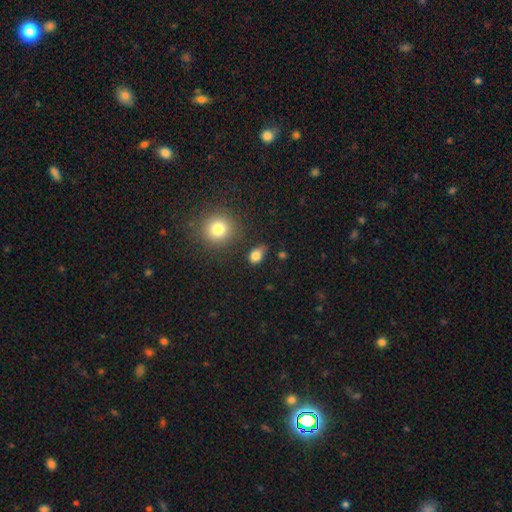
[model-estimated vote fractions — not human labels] This is clearly a smooth galaxy (82%). How rounded: likely in between (74%). Merging: possibly none (60%).